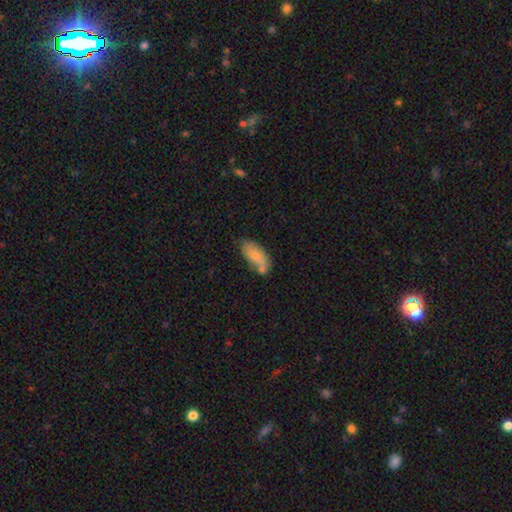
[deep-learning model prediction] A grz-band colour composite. It shows a smooth galaxy with no disk features (74%) that is in between round and cigar-shaped (90%). Merging: none (43%).